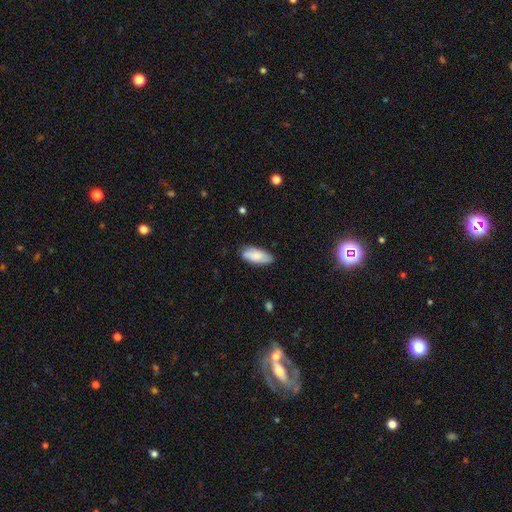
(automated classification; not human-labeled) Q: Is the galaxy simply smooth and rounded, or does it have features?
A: smooth — 84%.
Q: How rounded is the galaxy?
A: in between — 84%.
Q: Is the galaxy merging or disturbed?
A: none — 78%.